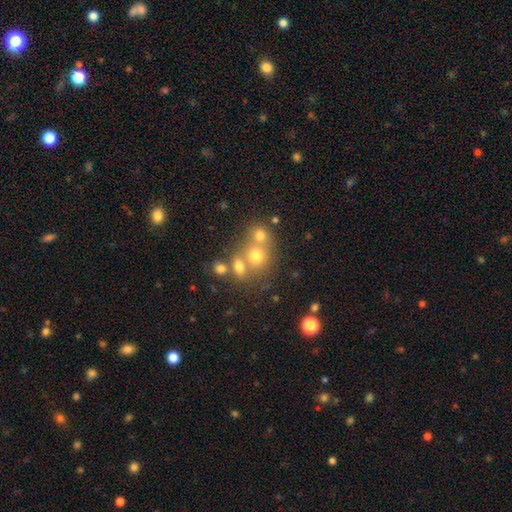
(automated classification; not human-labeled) Smooth or featured? Predicted: smooth (p=0.64). How rounded? Predicted: round (p=0.77). Merging? Predicted: merger (p=0.46).